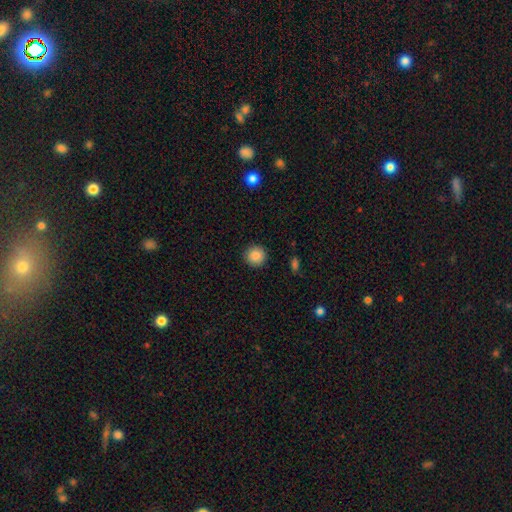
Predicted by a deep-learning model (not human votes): Smooth or featured?
  - smooth: 87% *
  - star or artifact: 9%
  - featured or disk: 4%
How rounded?
  - round: 95% *
  - in between: 4%
  - cigar-shaped: 1%
Merging?
  - none: 91% *
  - minor disturbance: 6%
  - major disturbance: 2%
  - merger: 1%